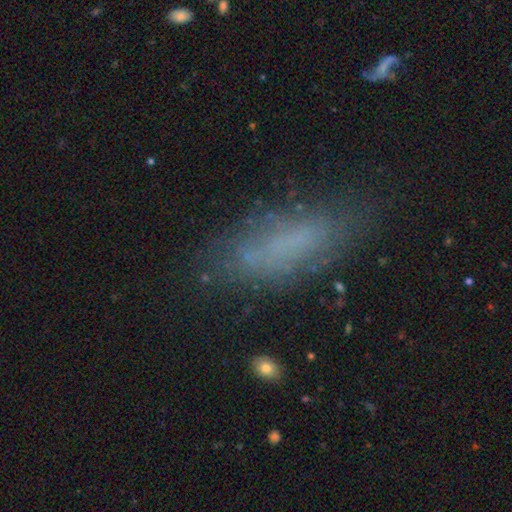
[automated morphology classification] smooth-or-featured: smooth: 59% | featured or disk: 29% | star or artifact: 12%
  how-rounded: in between: 59% | cigar-shaped: 38% | round: 3%
  merging: none: 67% | minor disturbance: 21% | major disturbance: 10% | merger: 3%